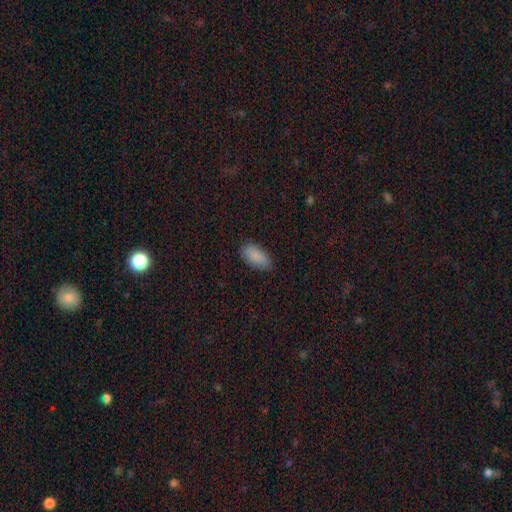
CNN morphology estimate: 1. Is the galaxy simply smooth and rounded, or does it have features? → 88% smooth, 7% star or artifact, 5% featured or disk.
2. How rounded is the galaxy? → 92% in between, 6% cigar-shaped, 2% round.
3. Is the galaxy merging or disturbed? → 82% none, 14% minor disturbance, 3% major disturbance, 1% merger.